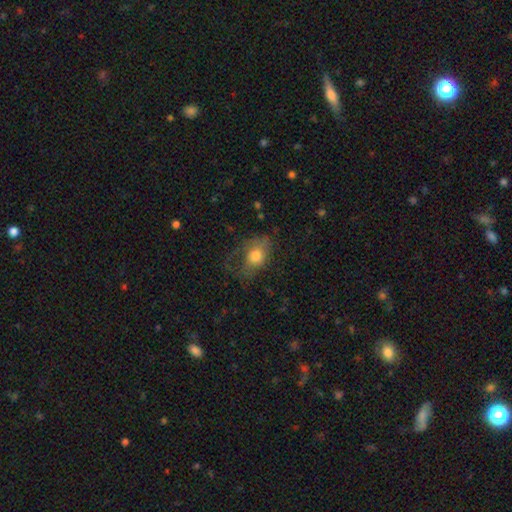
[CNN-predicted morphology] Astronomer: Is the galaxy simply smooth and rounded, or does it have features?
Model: smooth — 67%.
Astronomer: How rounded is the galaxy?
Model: in between — 67%.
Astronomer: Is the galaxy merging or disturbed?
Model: major disturbance — 36%, tied with none at 36%.